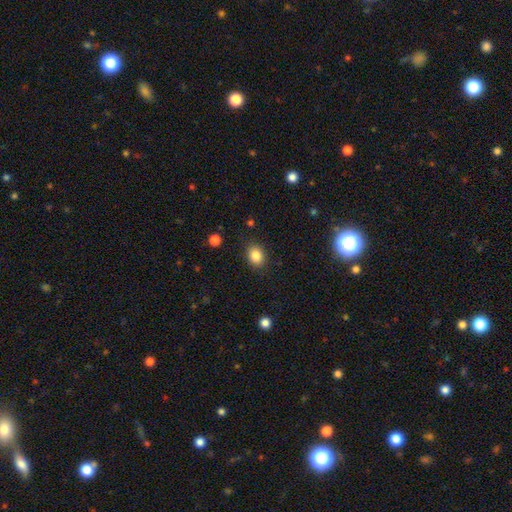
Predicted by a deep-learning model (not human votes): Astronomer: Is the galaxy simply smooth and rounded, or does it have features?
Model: smooth — 85%.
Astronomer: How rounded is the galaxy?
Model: in between — 56% (runner-up: round, 43%).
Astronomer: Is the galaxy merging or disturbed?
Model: none — 86%.